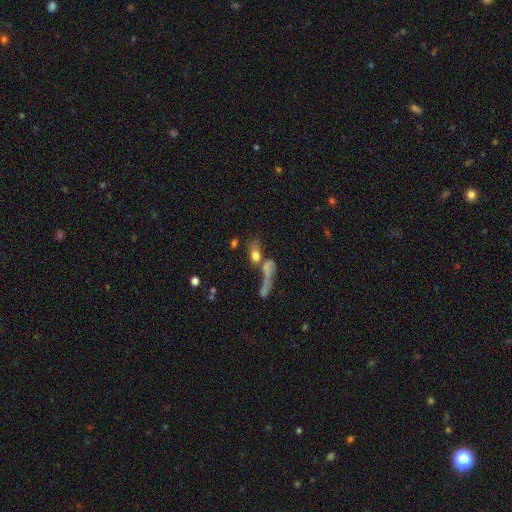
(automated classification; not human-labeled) This appears to be a smooth galaxy with no disk features (62%) that is in between round and cigar-shaped (70%). Merging: merger (54%).